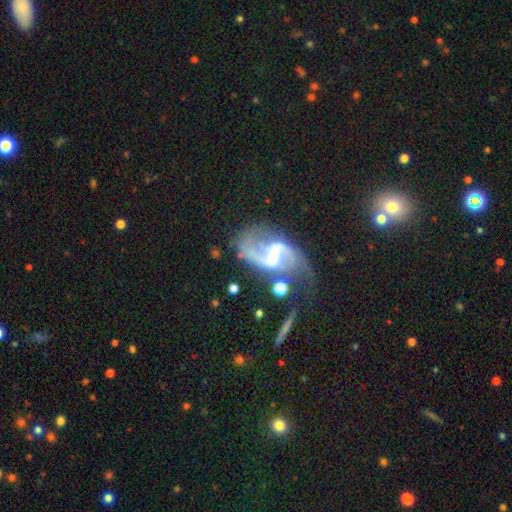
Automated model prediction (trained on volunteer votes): Overall: featured or disk (87%). Edge-on disk: no (97%). Bar: weak (51%; strong 29%). Spiral arms: yes (95%). Spiral arm count: 2 (90%). Spiral winding: loose (54%; medium 37%). Bulge size: small (54%; moderate 35%). Merging: none (59%; minor disturbance 20%).